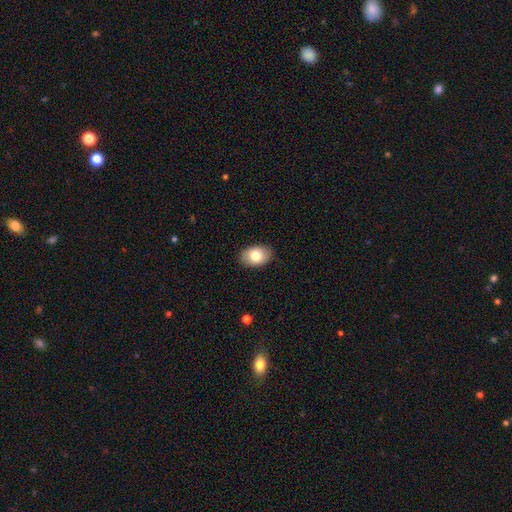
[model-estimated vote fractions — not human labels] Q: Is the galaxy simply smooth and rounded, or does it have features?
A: smooth — 81%.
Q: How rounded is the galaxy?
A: in between — 84%.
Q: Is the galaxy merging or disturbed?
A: none — 89%.